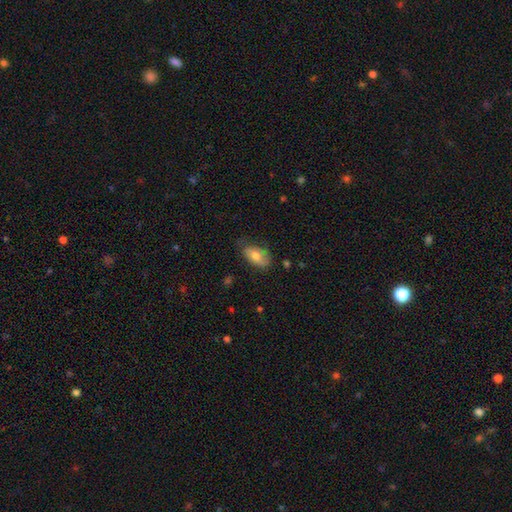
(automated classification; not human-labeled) This is likely a smooth galaxy (71%). How rounded: clearly in between (92%). Merging: likely none (64%).